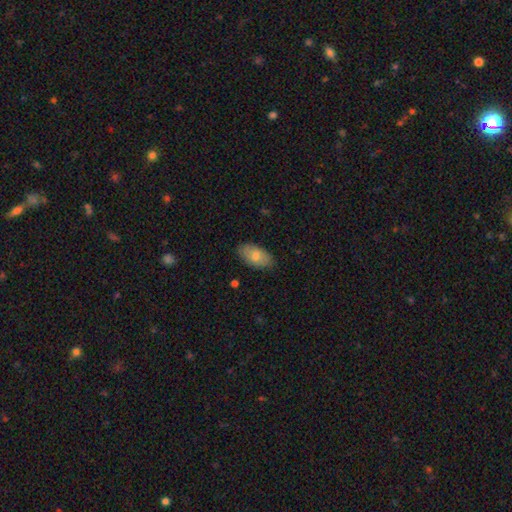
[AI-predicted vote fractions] Q: Smooth or featured?
A: smooth (76%); runner-up: featured or disk (17%)
Q: How rounded?
A: in between (94%); runner-up: round (3%)
Q: Merging?
A: none (84%); runner-up: minor disturbance (13%)